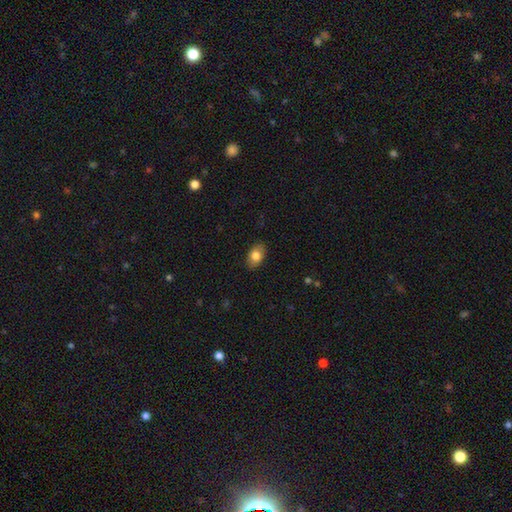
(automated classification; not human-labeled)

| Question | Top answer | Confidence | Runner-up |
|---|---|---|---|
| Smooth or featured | smooth | 81% | featured or disk (11%) |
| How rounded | in between | 87% | round (11%) |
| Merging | none | 87% | minor disturbance (10%) |